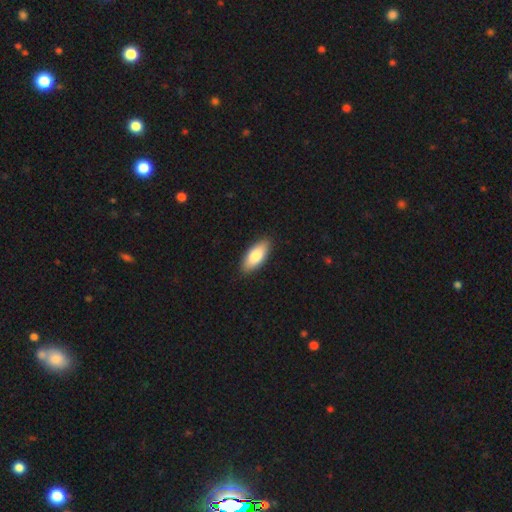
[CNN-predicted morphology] smooth_or_featured: smooth (p=0.82) [alt: featured or disk p=0.13]
how_rounded: in between (p=0.83) [alt: cigar-shaped p=0.15]
merging: none (p=0.89) [alt: minor disturbance p=0.08]